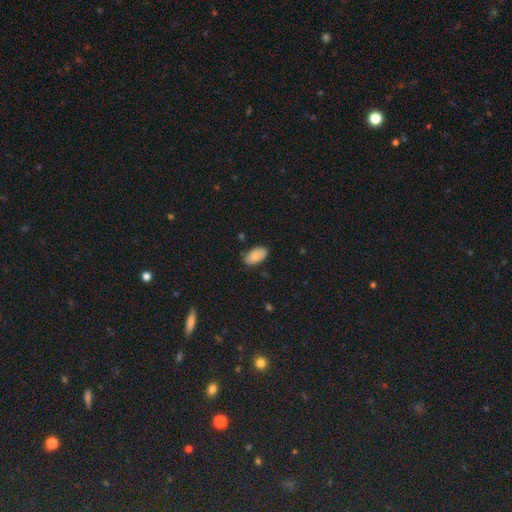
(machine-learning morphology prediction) smooth-or-featured: smooth: 81% | featured or disk: 11% | star or artifact: 7%
  how-rounded: in between: 95% | round: 3% | cigar-shaped: 2%
  merging: none: 81% | minor disturbance: 15% | major disturbance: 3% | merger: 1%